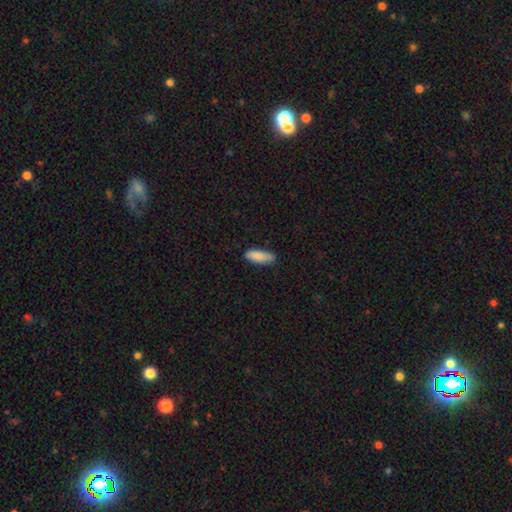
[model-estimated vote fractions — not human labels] Q: Smooth or featured?
A: smooth (86%); runner-up: featured or disk (8%)
Q: How rounded?
A: in between (65%); runner-up: cigar-shaped (33%)
Q: Merging?
A: none (80%); runner-up: minor disturbance (16%)